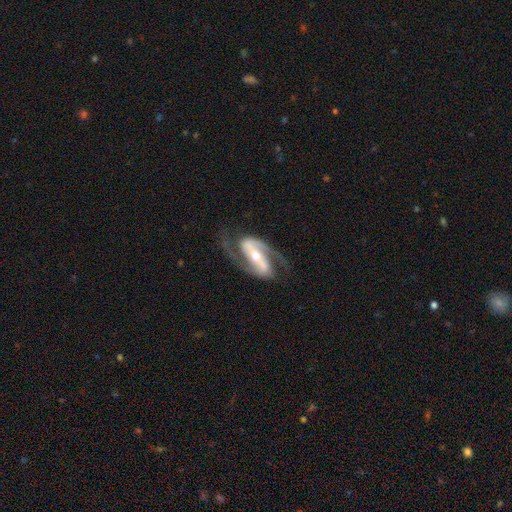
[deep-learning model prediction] Smooth or featured? featured or disk (92%)
Edge-on disk? no (95%)
Bar? strong (67%)
Spiral arms? yes (97%)
Spiral winding? medium (55%)
Spiral arm count? 2 (93%)
Bulge size? moderate (54%)
Merging? none (76%)